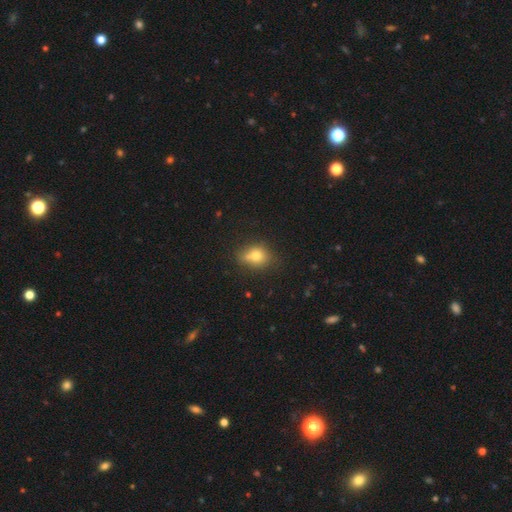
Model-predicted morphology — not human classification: smooth-or-featured: smooth: 75% | featured or disk: 13% | star or artifact: 12%
  how-rounded: round: 55% | in between: 44% | cigar-shaped: 1%
  merging: none: 53% | minor disturbance: 20% | merger: 20% | major disturbance: 6%